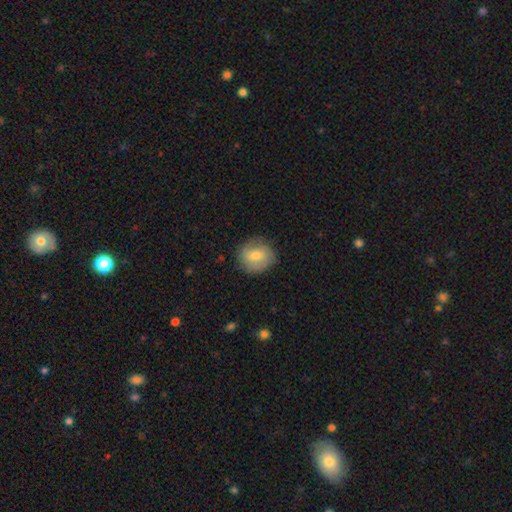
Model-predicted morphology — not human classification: smooth_or_featured: smooth (p=0.66) [alt: featured or disk p=0.27]
how_rounded: round (p=0.81) [alt: in between p=0.18]
merging: none (p=0.80) [alt: minor disturbance p=0.14]